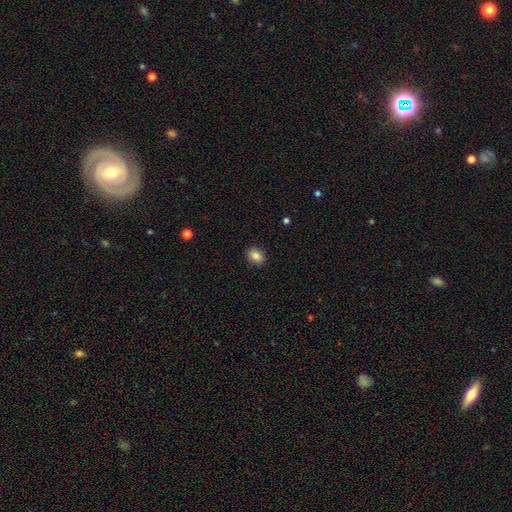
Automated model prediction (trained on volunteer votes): This is clearly a smooth galaxy (86%). How rounded: possibly in between (59%). Merging: clearly none (90%).